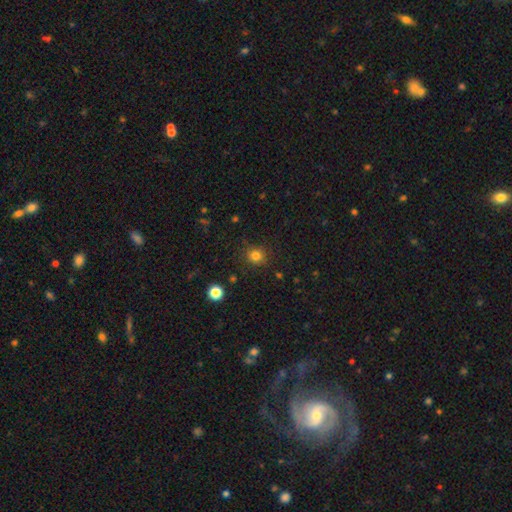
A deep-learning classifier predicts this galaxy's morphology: smooth-or-featured: smooth: 81% | star or artifact: 14% | featured or disk: 5%
  how-rounded: round: 90% | in between: 9% | cigar-shaped: 1%
  merging: none: 87% | minor disturbance: 8% | major disturbance: 3% | merger: 1%